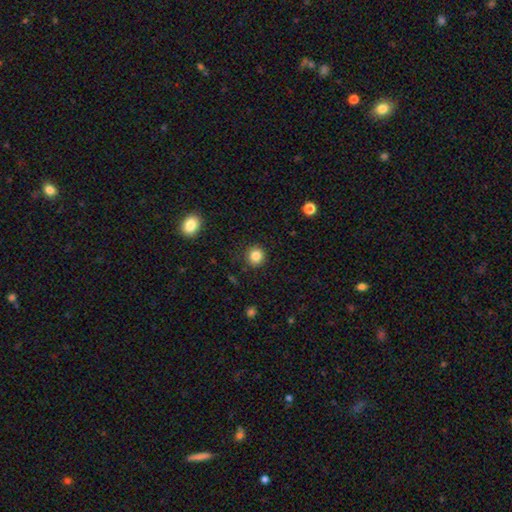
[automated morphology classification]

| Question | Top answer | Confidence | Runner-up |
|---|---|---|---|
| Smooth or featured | smooth | 84% | star or artifact (11%) |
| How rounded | round | 89% | in between (10%) |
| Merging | none | 90% | minor disturbance (7%) |